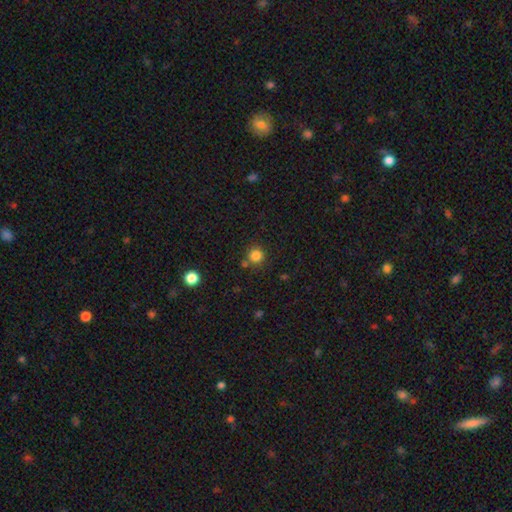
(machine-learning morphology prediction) This appears to be a smooth galaxy with no disk features (83%) that is round (93%). Merging: none (78%).